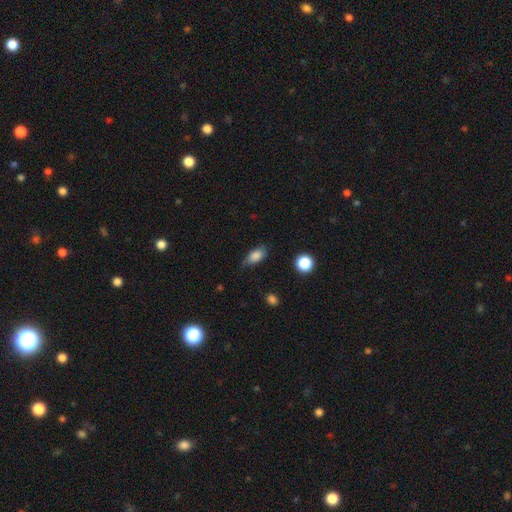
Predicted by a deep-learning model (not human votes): Q: Smooth or featured?
A: smooth (80%); runner-up: featured or disk (11%)
Q: How rounded?
A: in between (85%); runner-up: round (9%)
Q: Merging?
A: none (60%); runner-up: minor disturbance (31%)